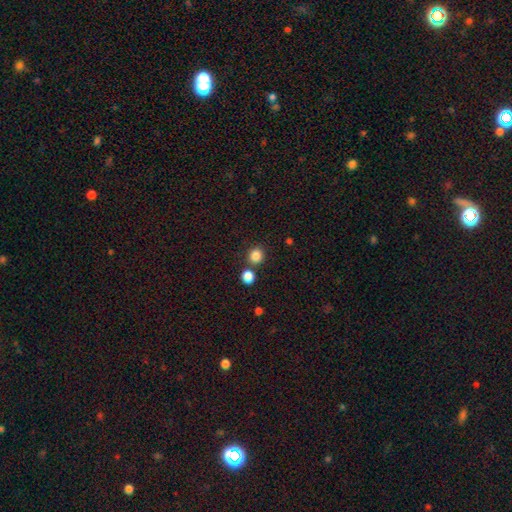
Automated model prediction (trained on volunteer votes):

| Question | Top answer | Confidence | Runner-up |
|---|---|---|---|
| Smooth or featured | smooth | 85% | star or artifact (11%) |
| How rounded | round | 86% | in between (13%) |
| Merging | none | 75% | merger (14%) |